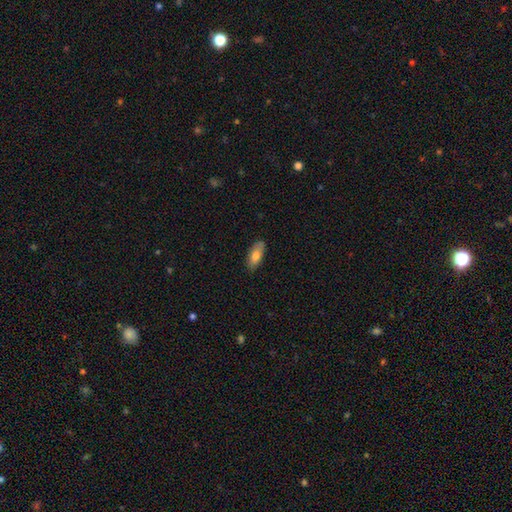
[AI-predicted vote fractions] The model was most divided on "smooth or featured": smooth: 76%, featured or disk: 18%, star or artifact: 6%. More confident: merging — none (83%); how rounded — in between (79%).